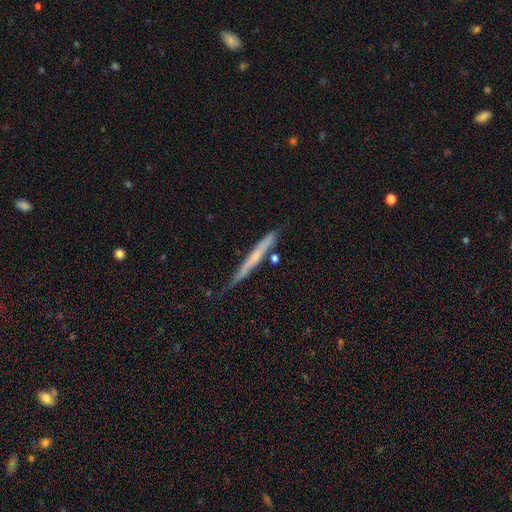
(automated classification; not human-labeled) The model was most divided on "smooth or featured": smooth: 48%, featured or disk: 46%, star or artifact: 7%. More confident: merging — none (68%).